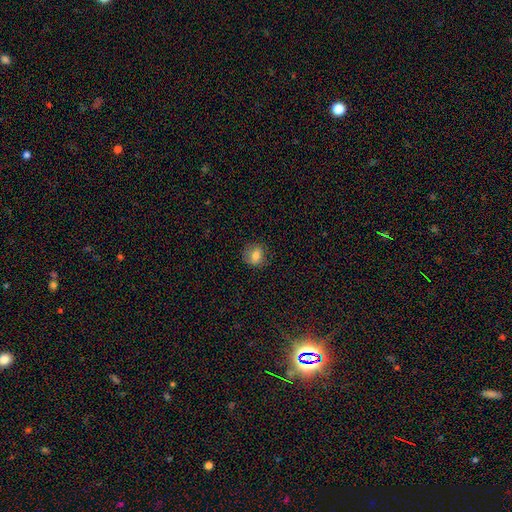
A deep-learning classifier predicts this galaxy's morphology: Smooth or featured? Predicted: smooth (p=0.78). How rounded? Predicted: round (p=0.66). Merging? Predicted: none (p=0.80).